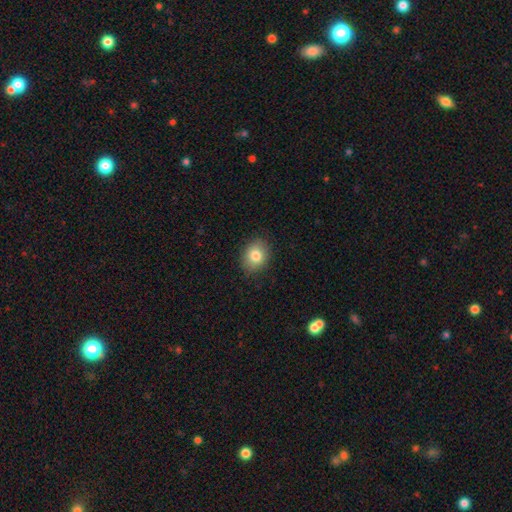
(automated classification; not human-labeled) The model was most divided on "how rounded": in between: 57%, round: 42%, cigar-shaped: 1%. More confident: merging — none (87%); smooth or featured — smooth (82%).